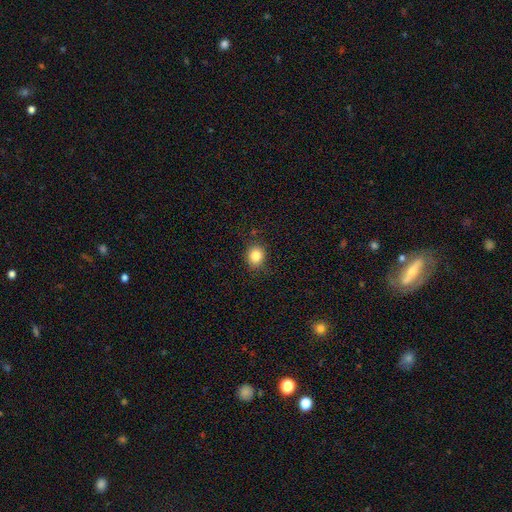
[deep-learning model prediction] Morphology: type=smooth (84%); roundness=round (72%); merging=none (85%).